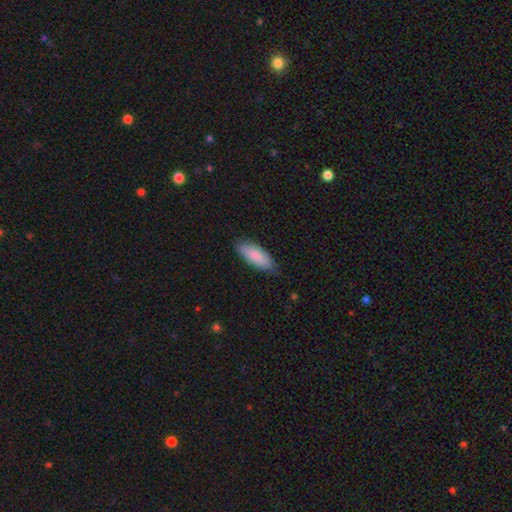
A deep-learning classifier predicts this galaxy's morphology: The model was most divided on "how rounded": in between: 75%, cigar-shaped: 23%, round: 2%. More confident: smooth or featured — smooth (85%); merging — none (77%).